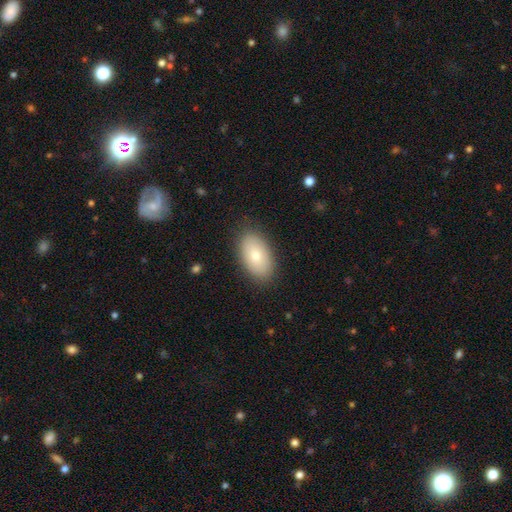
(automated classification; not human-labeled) This is likely a smooth galaxy (75%). How rounded: clearly in between (92%). Merging: clearly none (85%).